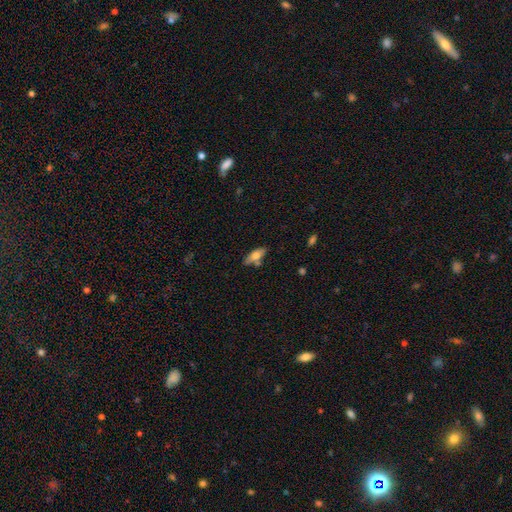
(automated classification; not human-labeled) smooth_or_featured: smooth (p=0.66) [alt: featured or disk p=0.27]
how_rounded: in between (p=0.77) [alt: cigar-shaped p=0.20]
merging: none (p=0.65) [alt: minor disturbance p=0.18]